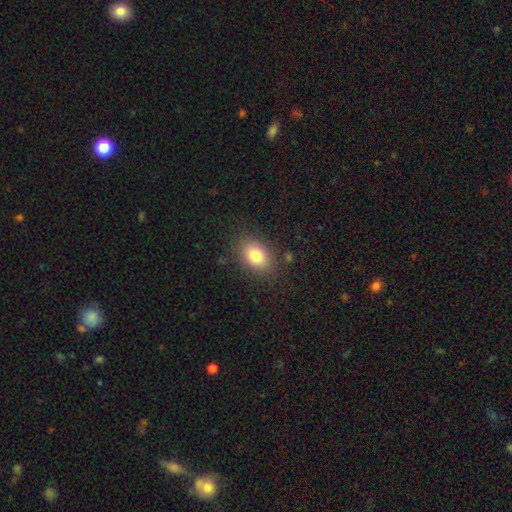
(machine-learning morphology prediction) type=smooth (80%); roundness=in between (77%); merging=none (83%).